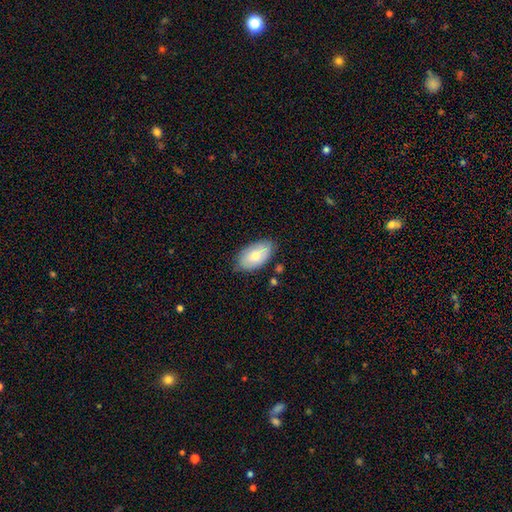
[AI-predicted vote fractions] Morphology: type=smooth (73%); roundness=in between (94%); merging=none (76%).